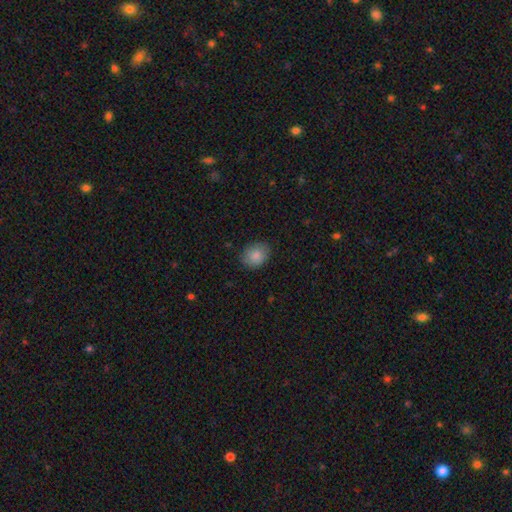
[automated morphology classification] Smooth or featured? smooth (84%)
How rounded? in between (50%, tied with round)
Merging? none (81%)